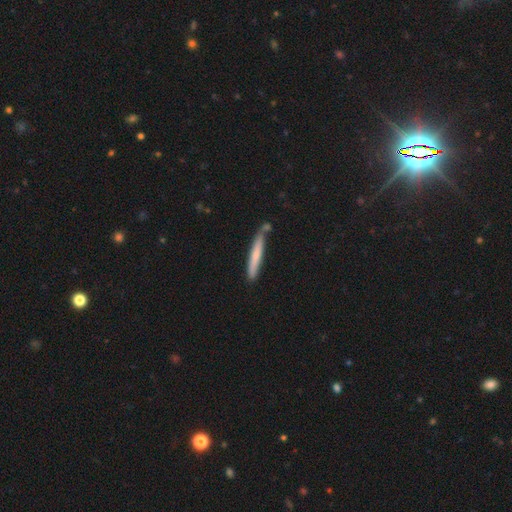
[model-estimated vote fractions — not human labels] Smooth or featured? Predicted: smooth (p=0.62). How rounded? Predicted: cigar-shaped (p=0.95). Merging? Predicted: none (p=0.66).